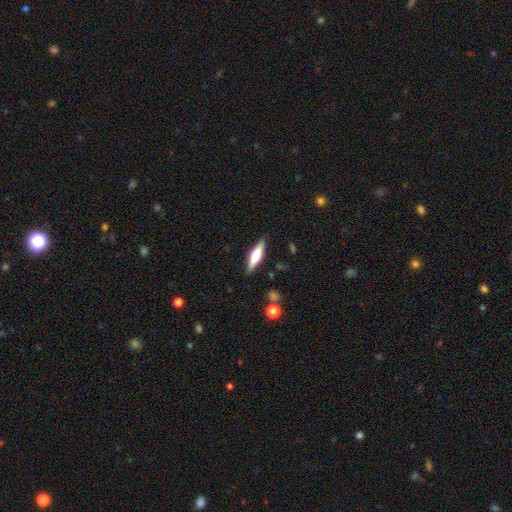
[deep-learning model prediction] This is possibly a smooth galaxy (50%). How rounded: likely cigar-shaped (70%). Merging: clearly none (87%).